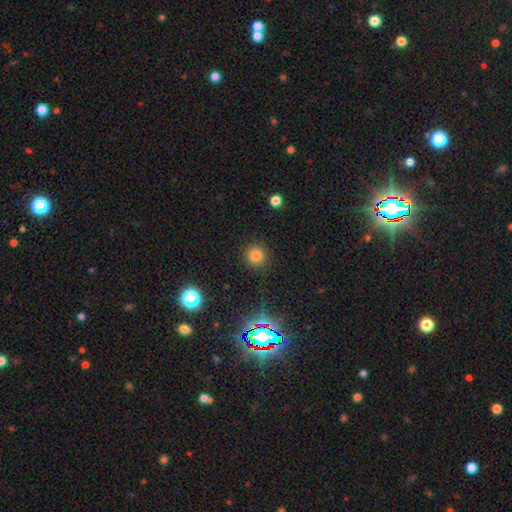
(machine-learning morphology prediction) smooth_or_featured: smooth (p=0.77) [alt: star or artifact p=0.17]
how_rounded: round (p=0.94) [alt: in between p=0.05]
merging: none (p=0.89) [alt: minor disturbance p=0.07]